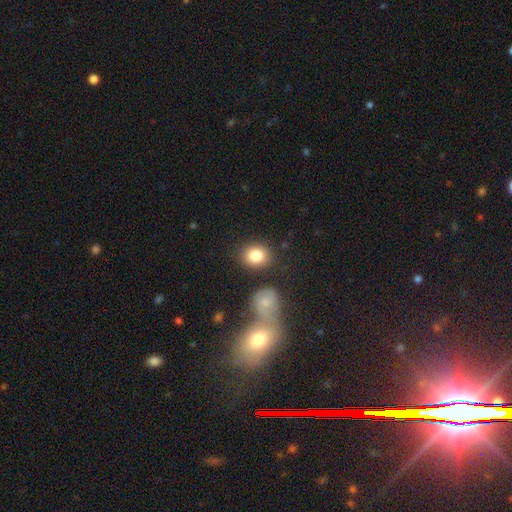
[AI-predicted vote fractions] Smooth or featured? smooth (83%)
How rounded? round (62%)
Merging? none (79%)